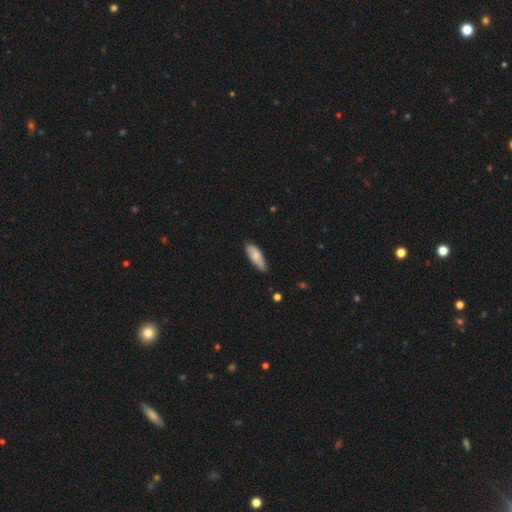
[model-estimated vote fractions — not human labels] A smooth galaxy with no disk features (75%) that is in between round and cigar-shaped (65%).

Vote fractions:
- Smooth or featured? smooth: 75% / featured or disk: 20% / star or artifact: 6%
- How rounded? in between: 65% / cigar-shaped: 33% / round: 2%
- Merging? none: 74% / minor disturbance: 22% / major disturbance: 3% / merger: 1%